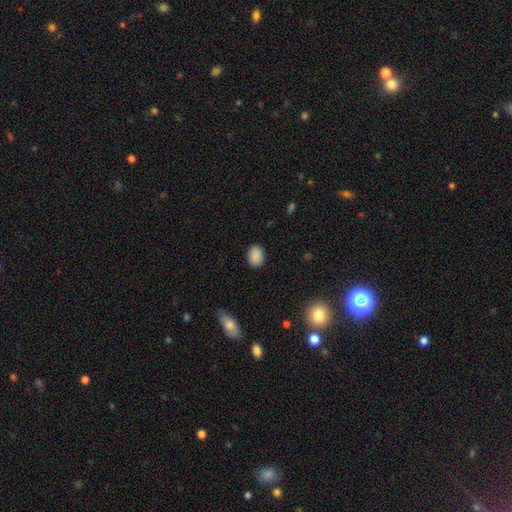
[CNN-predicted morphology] Smooth or featured?
  - smooth: 89% *
  - star or artifact: 8%
  - featured or disk: 3%
How rounded?
  - in between: 77% *
  - round: 22%
  - cigar-shaped: 1%
Merging?
  - none: 88% *
  - minor disturbance: 9%
  - major disturbance: 2%
  - merger: 1%